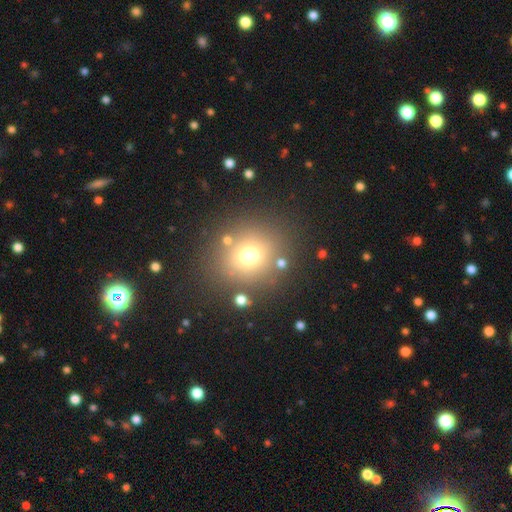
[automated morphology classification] This appears to be a smooth galaxy with no disk features (68%) that is round (81%). Merging: none (82%).